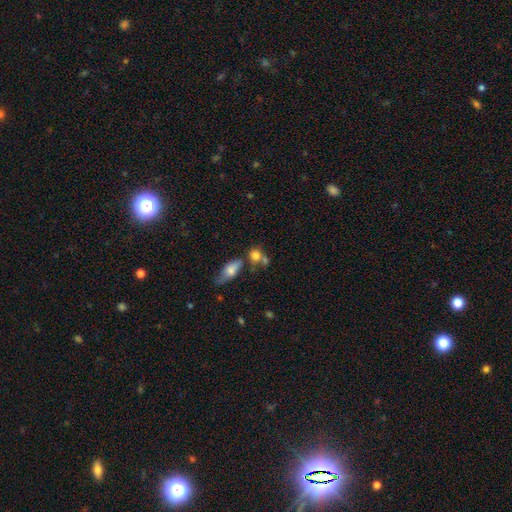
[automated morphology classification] Smooth or featured?
  - smooth: 78% *
  - featured or disk: 11%
  - star or artifact: 10%
How rounded?
  - round: 65% *
  - in between: 31%
  - cigar-shaped: 4%
Merging?
  - none: 45% *
  - merger: 36%
  - minor disturbance: 13%
  - major disturbance: 6%